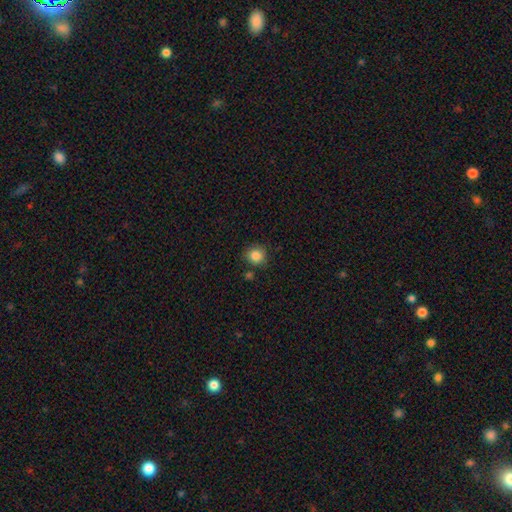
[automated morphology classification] Smooth or featured?
  - smooth: 86% *
  - star or artifact: 10%
  - featured or disk: 4%
How rounded?
  - round: 88% *
  - in between: 11%
  - cigar-shaped: 1%
Merging?
  - none: 82% *
  - minor disturbance: 10%
  - merger: 5%
  - major disturbance: 3%